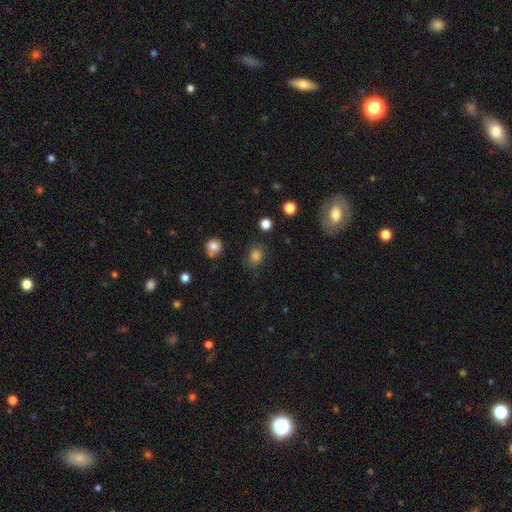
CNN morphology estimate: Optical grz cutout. It shows a smooth galaxy with no disk features (81%) that is round (59%). Merging: none (76%).